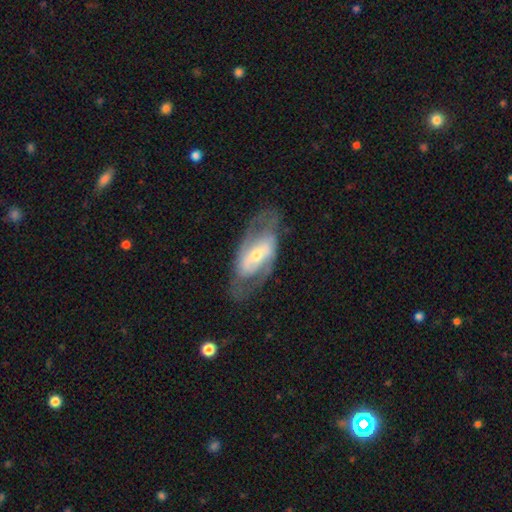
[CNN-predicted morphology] smooth_or_featured: featured or disk (p=0.78) [alt: smooth p=0.16]
disk_edge_on: no (p=0.92) [alt: yes p=0.08]
bar: strong (p=0.42) [alt: weak p=0.35]
has_spiral_arms: yes (p=0.79) [alt: no p=0.21]
spiral_winding: medium (p=0.46) [alt: tight p=0.33]
spiral_arm_count: 2 (p=0.77) [alt: can't tell p=0.15]
bulge_size: moderate (p=0.48) [alt: small p=0.45]
merging: none (p=0.69) [alt: minor disturbance p=0.17]